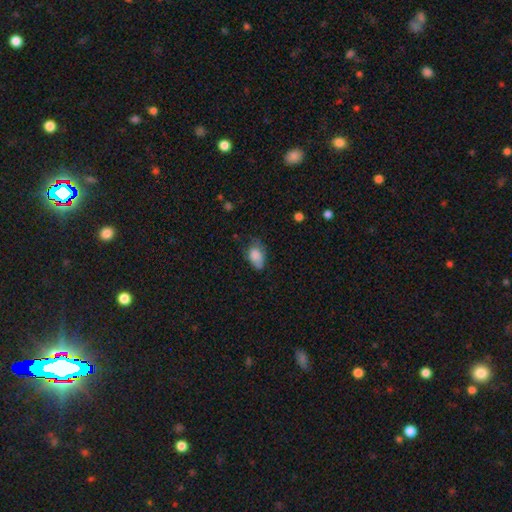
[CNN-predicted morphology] This appears to be a smooth galaxy with no disk features (80%) that is in between round and cigar-shaped (89%). Merging: none (47%).